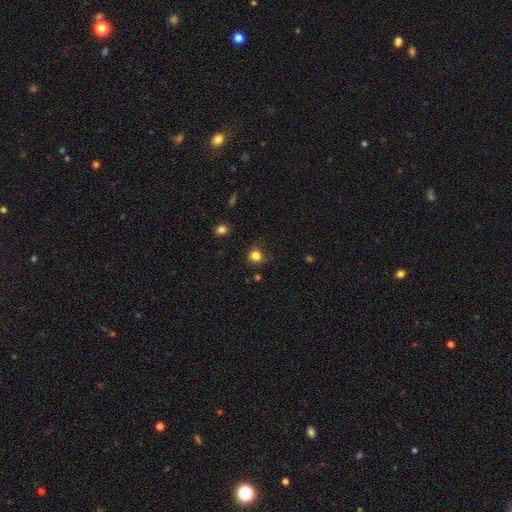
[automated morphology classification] A smooth galaxy with no disk features (81%) that is round (80%).

Vote fractions:
- Smooth or featured? smooth: 81% / star or artifact: 13% / featured or disk: 6%
- How rounded? round: 80% / in between: 19% / cigar-shaped: 1%
- Merging? none: 68% / minor disturbance: 22% / major disturbance: 8% / merger: 2%